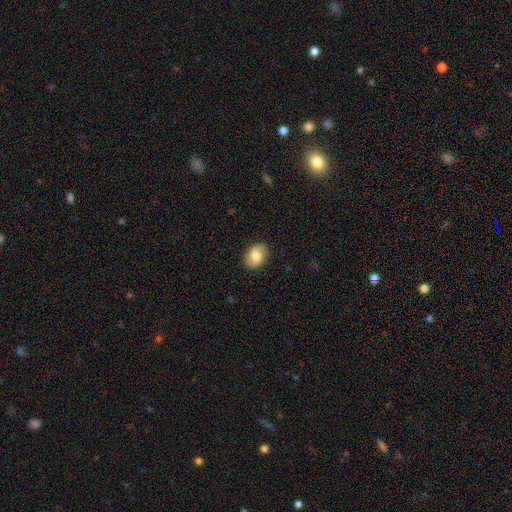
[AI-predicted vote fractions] A smooth galaxy with no disk features (64%) that is in between round and cigar-shaped (73%).

Vote fractions:
- Smooth or featured? smooth: 64% / featured or disk: 28% / star or artifact: 8%
- How rounded? in between: 73% / round: 25% / cigar-shaped: 1%
- Merging? none: 86% / minor disturbance: 11% / major disturbance: 3% / merger: 1%